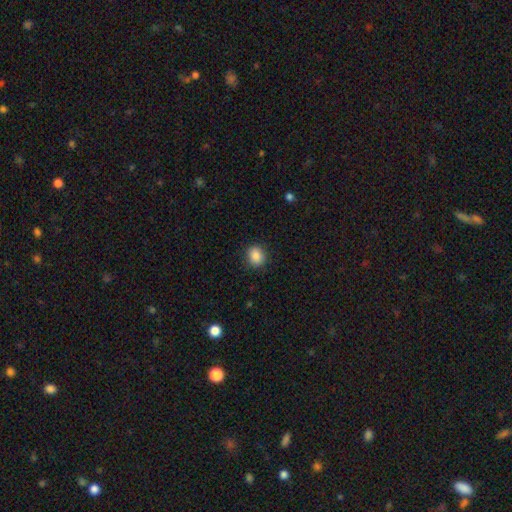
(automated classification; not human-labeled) Overall: smooth (85%). How rounded: round (72%). Merging: none (89%).